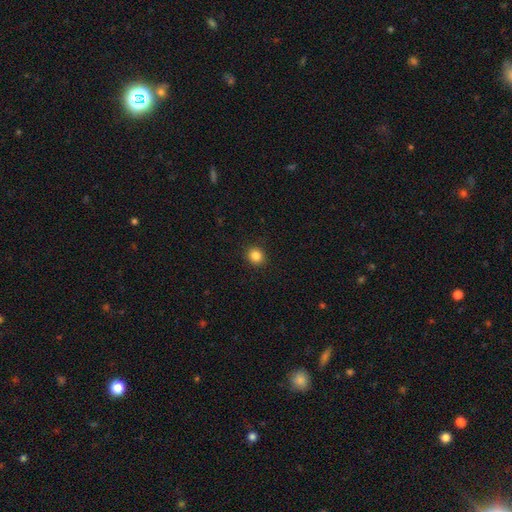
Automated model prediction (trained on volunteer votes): The model was most divided on "how rounded": round: 86%, in between: 13%, cigar-shaped: 1%. More confident: merging — none (92%); smooth or featured — smooth (85%).